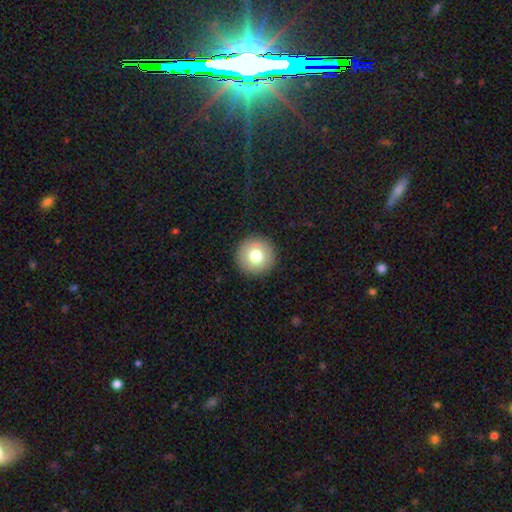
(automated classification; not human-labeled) Q: Smooth or featured?
A: smooth (76%); runner-up: featured or disk (15%)
Q: How rounded?
A: round (96%); runner-up: in between (3%)
Q: Merging?
A: none (92%); runner-up: minor disturbance (5%)